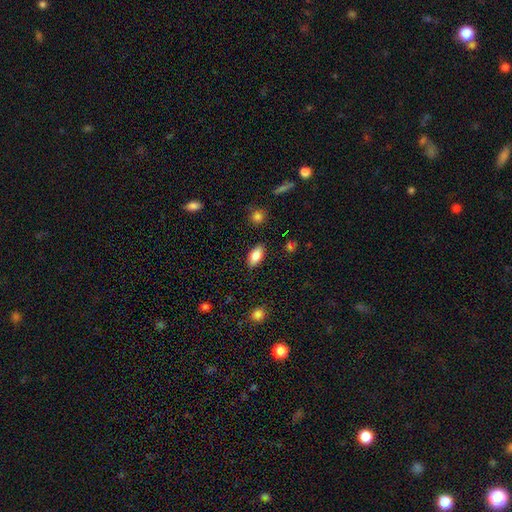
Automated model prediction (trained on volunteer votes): smooth_or_featured: smooth (p=0.82) [alt: featured or disk p=0.11]
how_rounded: in between (p=0.88) [alt: cigar-shaped p=0.09]
merging: none (p=0.87) [alt: minor disturbance p=0.09]